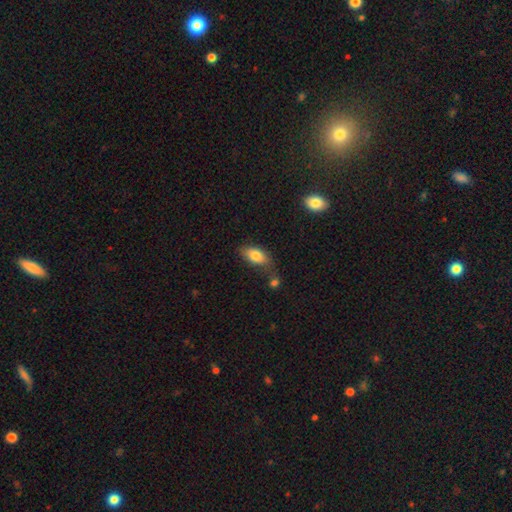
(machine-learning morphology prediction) Overall: smooth (80%). How rounded: in between (90%). Merging: none (58%; minor disturbance 21%).